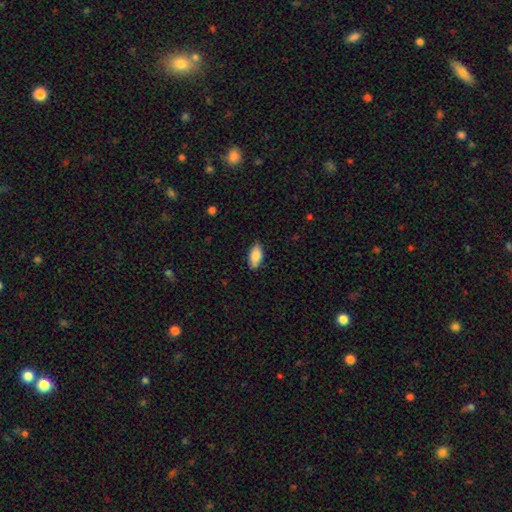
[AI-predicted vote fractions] Overall: smooth (83%). How rounded: in between (90%). Merging: none (84%).